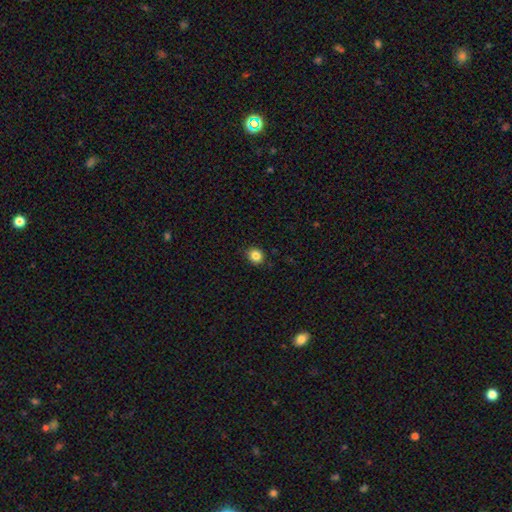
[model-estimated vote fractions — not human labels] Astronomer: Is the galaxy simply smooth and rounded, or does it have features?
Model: smooth — 84%.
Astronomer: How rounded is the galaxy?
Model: round — 78%.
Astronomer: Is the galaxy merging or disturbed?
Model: none — 90%.